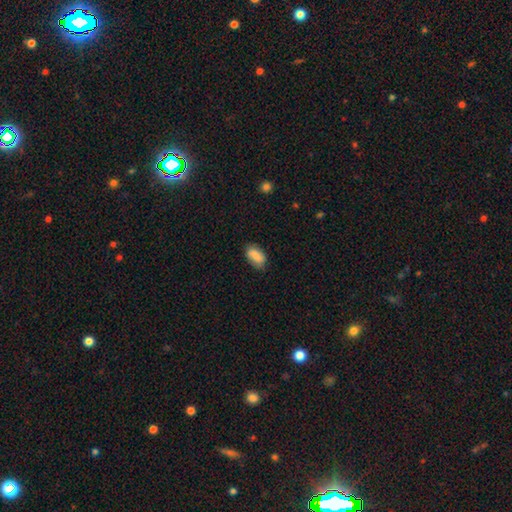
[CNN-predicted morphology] This appears to be a smooth galaxy with no disk features (85%) that is in between round and cigar-shaped (93%). Merging: none (78%).